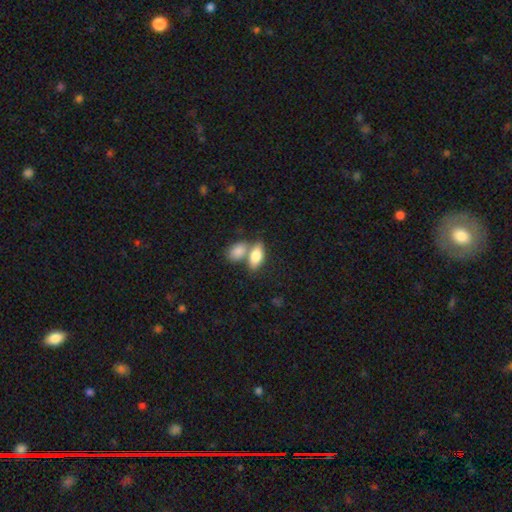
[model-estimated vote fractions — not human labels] Smooth or featured? Predicted: smooth (p=0.80). How rounded? Predicted: in between (p=0.87). Merging? Predicted: merger (p=0.49).